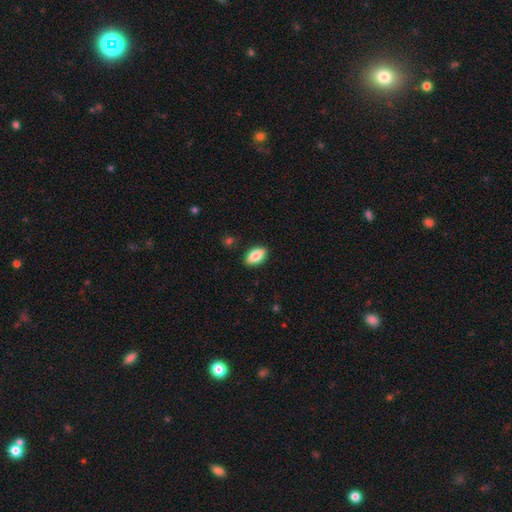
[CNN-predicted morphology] smooth 80%, featured or disk 13%, star or artifact 7%. Down the decision tree: how rounded — in between (88%); merging — none (88%).